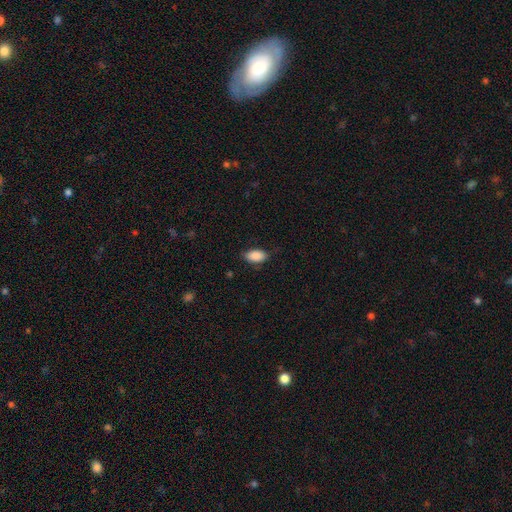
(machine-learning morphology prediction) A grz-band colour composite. It shows a smooth galaxy with no disk features (89%) that is in between round and cigar-shaped (94%). Merging: none (80%).